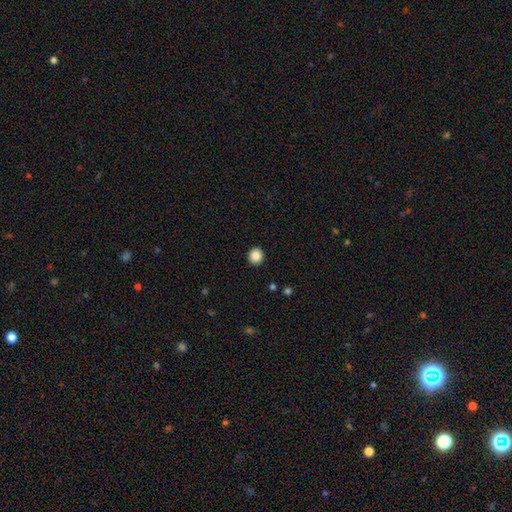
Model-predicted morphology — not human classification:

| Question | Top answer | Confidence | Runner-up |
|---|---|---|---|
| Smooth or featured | smooth | 87% | star or artifact (10%) |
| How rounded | round | 89% | in between (10%) |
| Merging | none | 93% | minor disturbance (5%) |